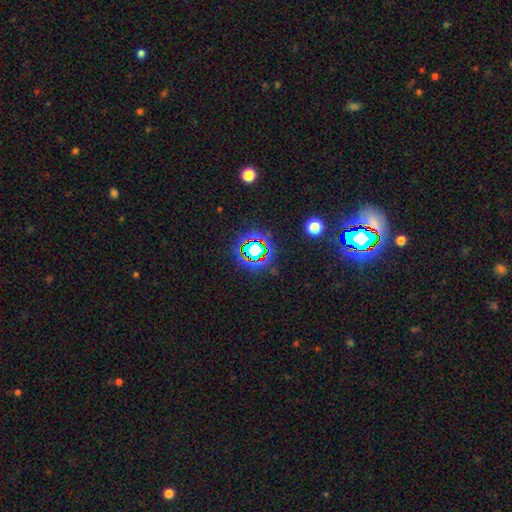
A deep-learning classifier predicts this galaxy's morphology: smooth-or-featured: star or artifact: 68% | smooth: 21% | featured or disk: 12%